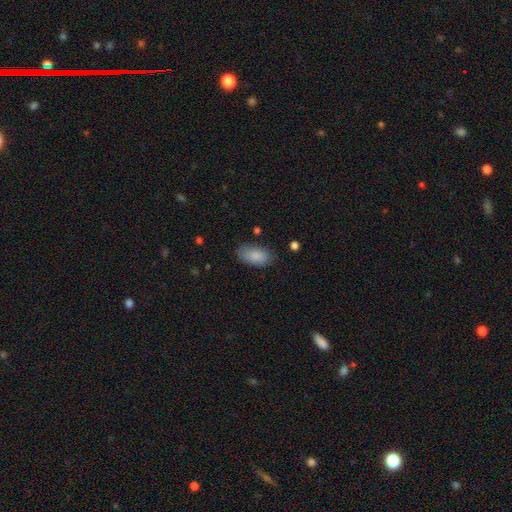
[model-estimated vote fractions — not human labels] This is clearly a smooth galaxy (87%). How rounded: clearly in between (94%). Merging: likely none (79%).